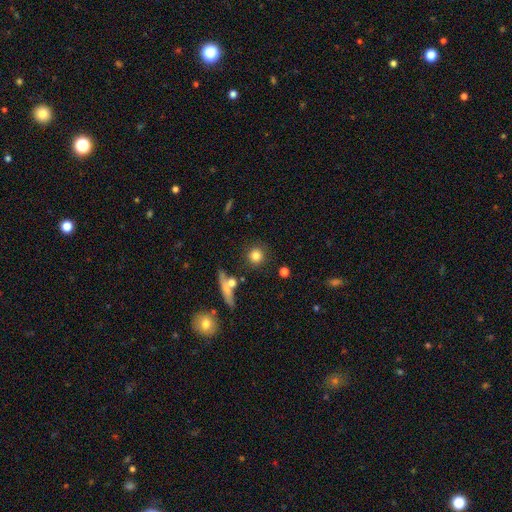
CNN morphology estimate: This appears to be a smooth galaxy with no disk features (80%) that is round (90%). Merging: none (80%).